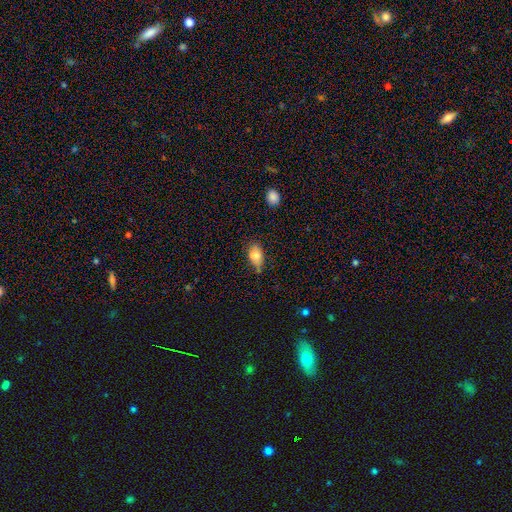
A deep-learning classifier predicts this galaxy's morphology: Smooth or featured? Predicted: smooth (p=0.75). How rounded? Predicted: in between (p=0.86). Merging? Predicted: none (p=0.56).